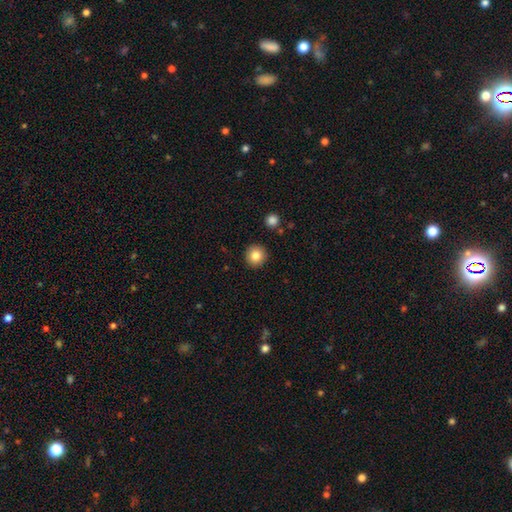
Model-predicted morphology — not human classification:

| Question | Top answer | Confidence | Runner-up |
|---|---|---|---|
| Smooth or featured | smooth | 84% | star or artifact (10%) |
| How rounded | round | 94% | in between (5%) |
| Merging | none | 92% | minor disturbance (5%) |